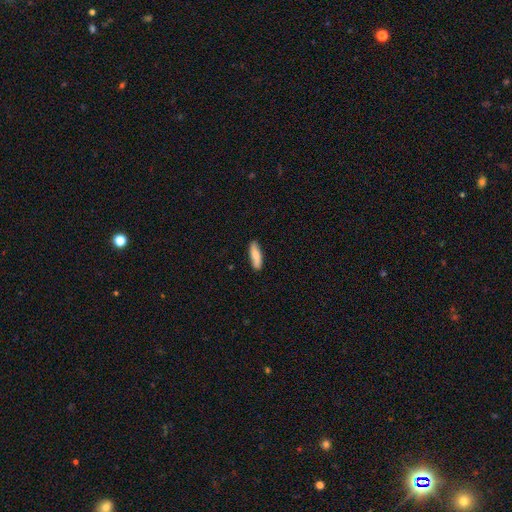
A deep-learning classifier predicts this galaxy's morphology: A smooth galaxy with no disk features (81%) that is cigar-shaped (58%).

Vote fractions:
- Smooth or featured? smooth: 81% / featured or disk: 13% / star or artifact: 6%
- How rounded? cigar-shaped: 58% / in between: 40% / round: 2%
- Merging? none: 86% / minor disturbance: 11% / major disturbance: 2% / merger: 1%